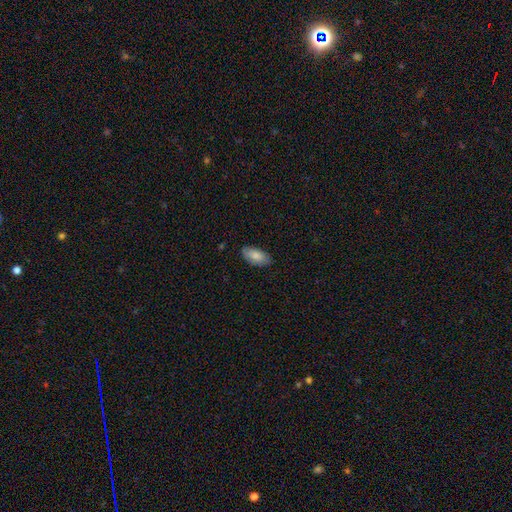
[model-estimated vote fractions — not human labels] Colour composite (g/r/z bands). It shows a smooth galaxy with no disk features (81%) that is in between round and cigar-shaped (93%). Merging: none (82%).